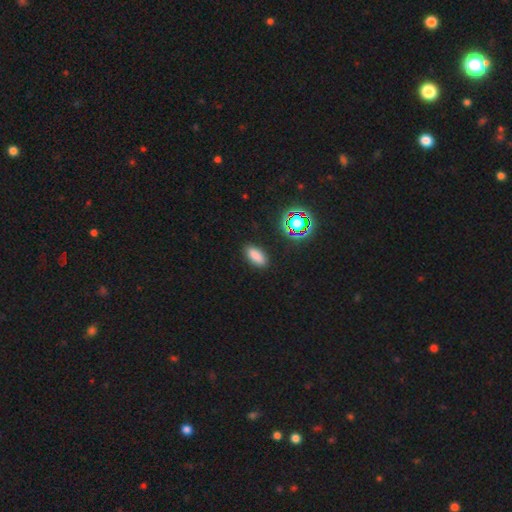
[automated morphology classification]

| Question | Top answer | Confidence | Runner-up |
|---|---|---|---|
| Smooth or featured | smooth | 80% | star or artifact (14%) |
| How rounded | in between | 87% | cigar-shaped (9%) |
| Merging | none | 88% | minor disturbance (9%) |